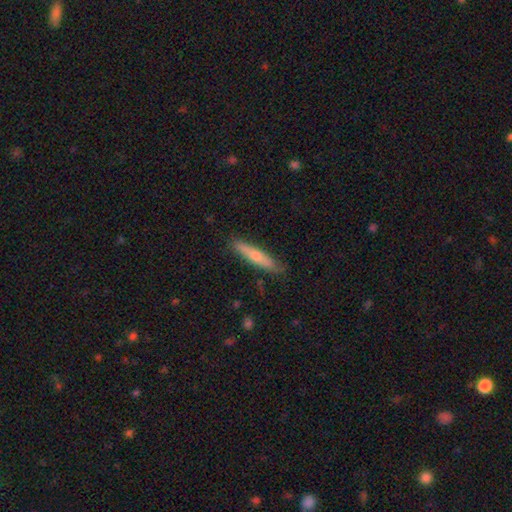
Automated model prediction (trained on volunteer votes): This is possibly a smooth galaxy (54%). How rounded: clearly cigar-shaped (89%). Merging: clearly none (84%).